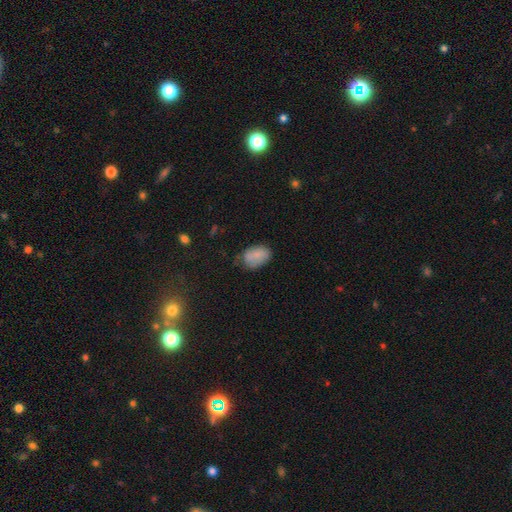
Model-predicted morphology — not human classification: A smooth galaxy with no disk features (83%) that is in between round and cigar-shaped (87%).

Vote fractions:
- Smooth or featured? smooth: 83% / featured or disk: 9% / star or artifact: 8%
- How rounded? in between: 87% / round: 12% / cigar-shaped: 1%
- Merging? none: 60% / minor disturbance: 30% / major disturbance: 8% / merger: 2%